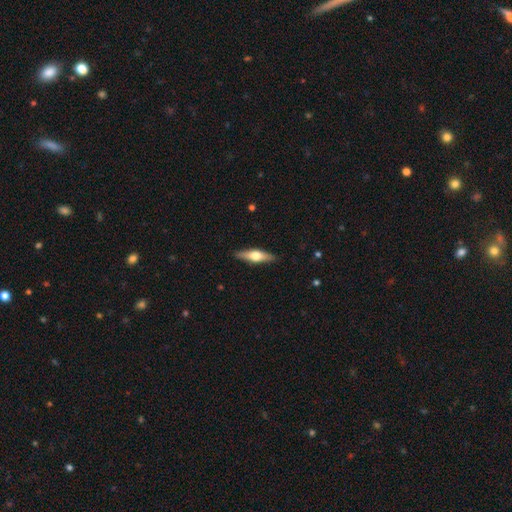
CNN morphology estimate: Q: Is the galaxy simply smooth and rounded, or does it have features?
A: featured or disk — 53%.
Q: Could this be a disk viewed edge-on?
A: yes — 92%.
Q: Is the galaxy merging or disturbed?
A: none — 89%.